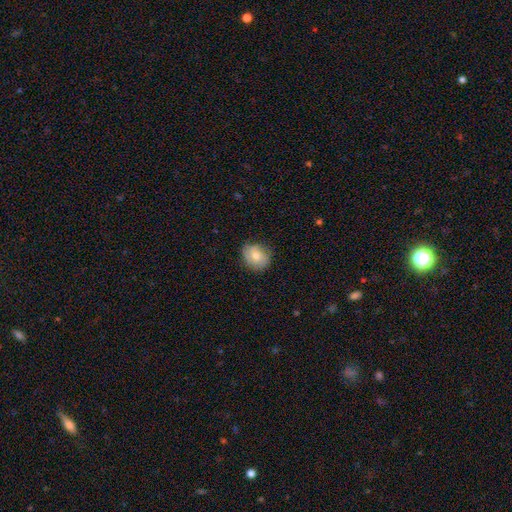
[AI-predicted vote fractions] Smooth or featured? smooth (66%)
How rounded? round (63%)
Merging? none (77%)